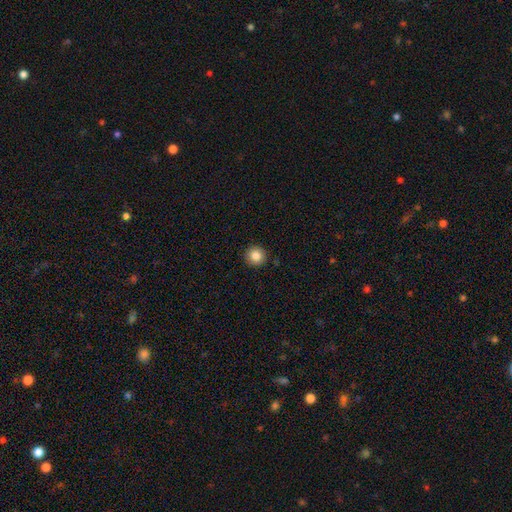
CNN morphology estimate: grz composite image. It shows a smooth galaxy with no disk features (85%) that is round (95%). Merging: none (92%).